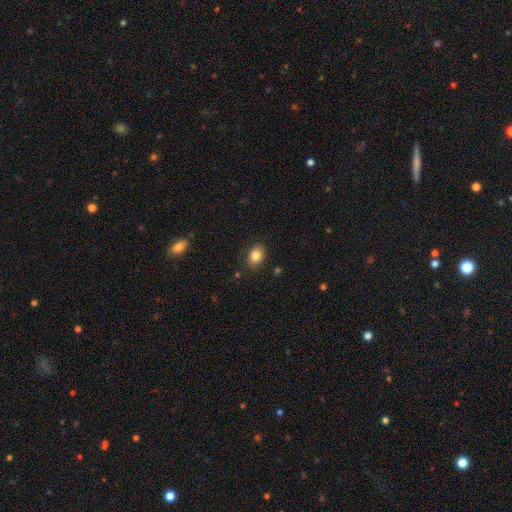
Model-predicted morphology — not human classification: This appears to be a smooth galaxy with no disk features (85%) that is in between round and cigar-shaped (69%). Merging: none (85%).